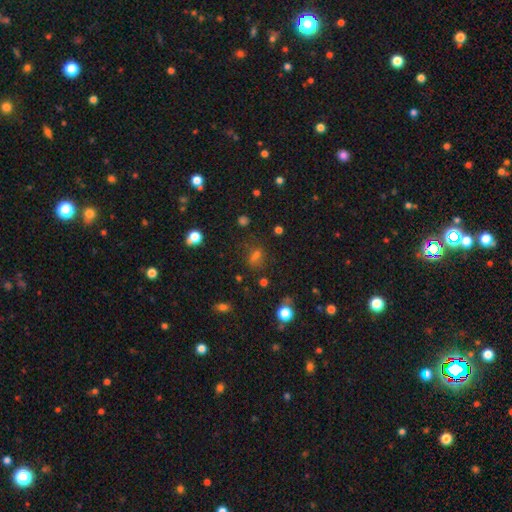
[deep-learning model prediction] smooth-or-featured: smooth: 52% | star or artifact: 36% | featured or disk: 12%
  how-rounded: in between: 55% | round: 41% | cigar-shaped: 5%
  merging: none: 70% | minor disturbance: 17% | major disturbance: 9% | merger: 5%